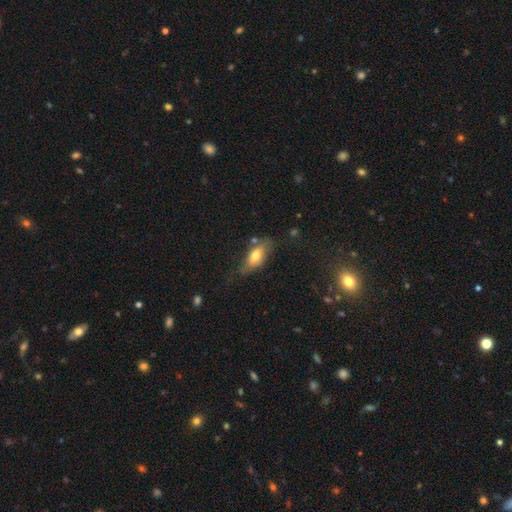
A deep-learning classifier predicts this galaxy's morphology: smooth_or_featured: smooth (p=0.66) [alt: featured or disk p=0.26]
how_rounded: in between (p=0.80) [alt: cigar-shaped p=0.17]
merging: none (p=0.57) [alt: minor disturbance p=0.28]